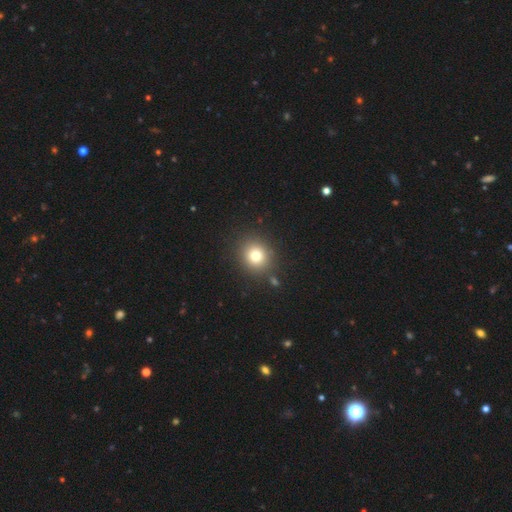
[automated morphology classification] This is likely a smooth galaxy (78%). How rounded: clearly round (83%). Merging: clearly none (86%).